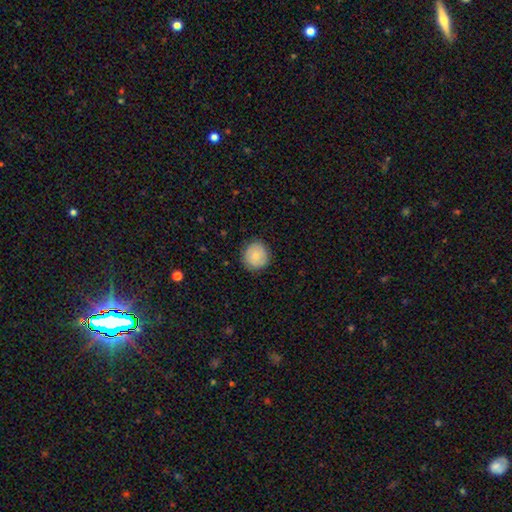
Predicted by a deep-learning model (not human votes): A smooth galaxy with no disk features (79%) that is round (90%). Merging: none (86%).